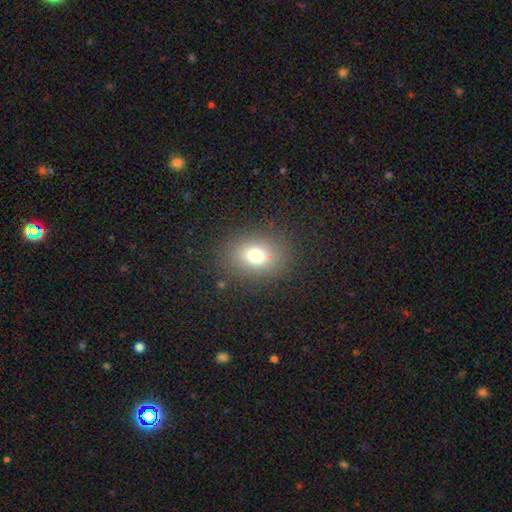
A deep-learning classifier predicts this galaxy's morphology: This appears to be a smooth galaxy with no disk features (72%) that is in between round and cigar-shaped (51%). Merging: none (84%).